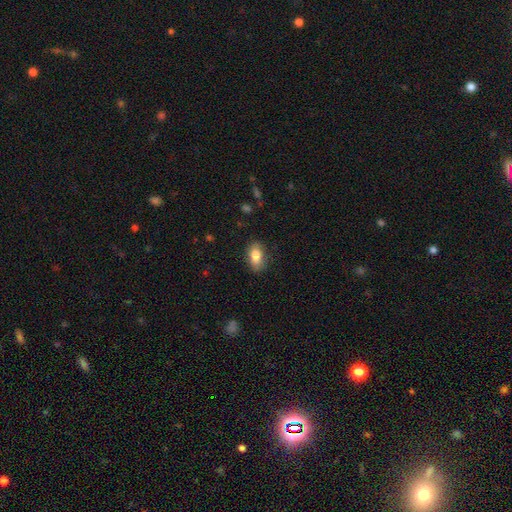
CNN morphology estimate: Smooth or featured? smooth (84%)
How rounded? in between (90%)
Merging? none (84%)